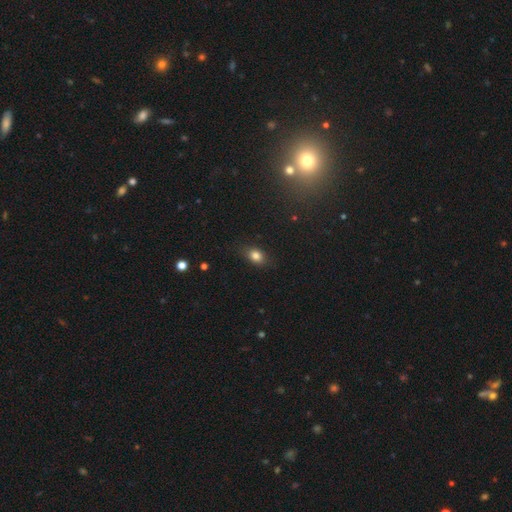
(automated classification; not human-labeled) Smooth or featured: smooth — 82% (star or artifact — 11%)
How rounded: in between — 71% (round — 26%)
Merging: none — 81% (minor disturbance — 14%)